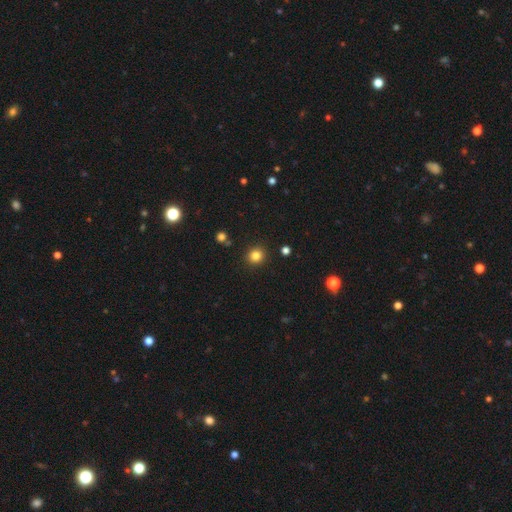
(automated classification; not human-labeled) smooth-or-featured: smooth: 83% | star or artifact: 13% | featured or disk: 5%
  how-rounded: round: 87% | in between: 13% | cigar-shaped: 1%
  merging: none: 90% | minor disturbance: 6% | major disturbance: 2% | merger: 2%